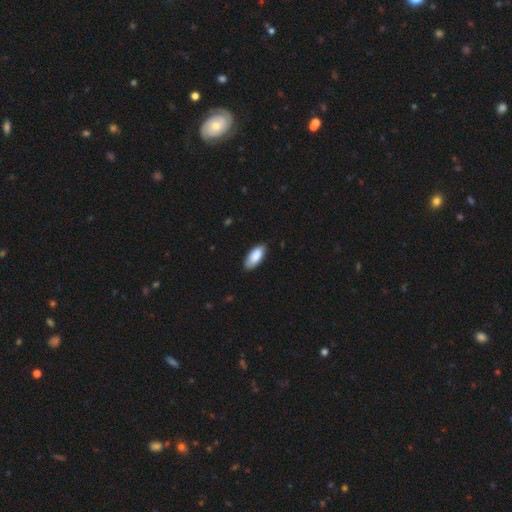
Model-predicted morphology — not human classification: Q: Smooth or featured?
A: smooth (87%); runner-up: featured or disk (8%)
Q: How rounded?
A: in between (88%); runner-up: cigar-shaped (10%)
Q: Merging?
A: none (80%); runner-up: minor disturbance (16%)